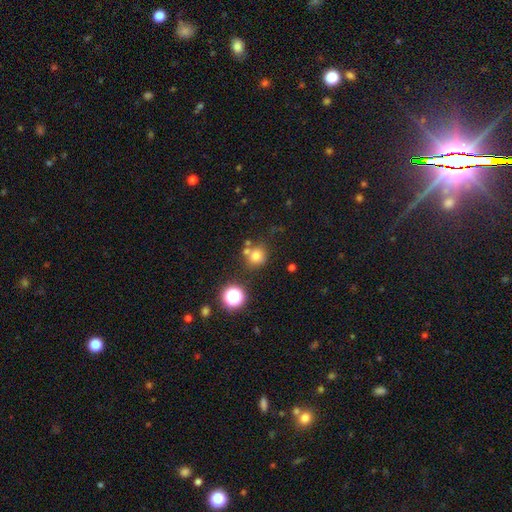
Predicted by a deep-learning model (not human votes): smooth-or-featured: smooth: 74% | star or artifact: 17% | featured or disk: 9%
  how-rounded: round: 87% | in between: 12% | cigar-shaped: 1%
  merging: none: 66% | merger: 18% | minor disturbance: 11% | major disturbance: 4%